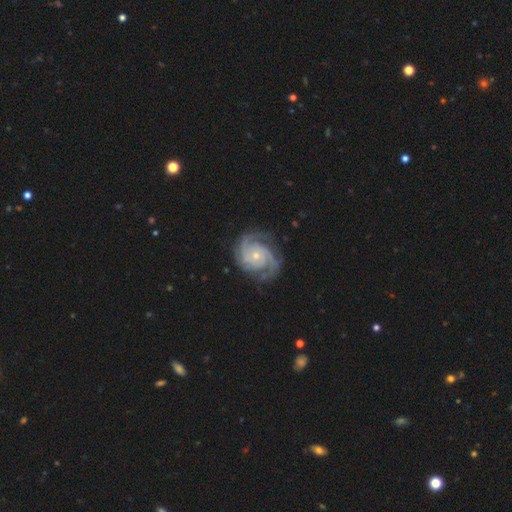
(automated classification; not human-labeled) A featured or disk galaxy (92%) with no bar (75%), 2 (47%) tight (55%) spiral arms (98%) and a small central bulge (71%). Merging: none (76%).